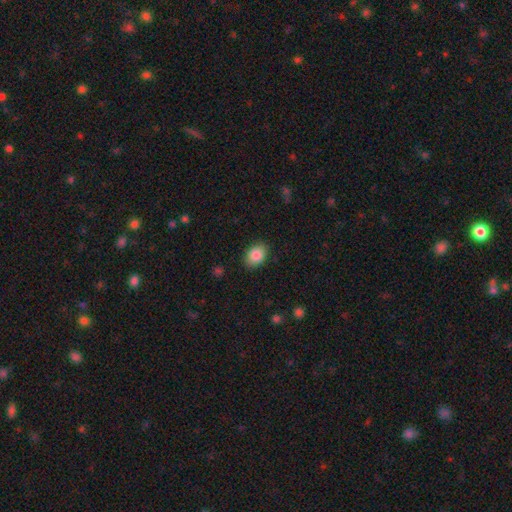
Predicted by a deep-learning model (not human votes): Q: Smooth or featured?
A: smooth (87%); runner-up: star or artifact (8%)
Q: How rounded?
A: in between (79%); runner-up: round (20%)
Q: Merging?
A: none (87%); runner-up: minor disturbance (9%)